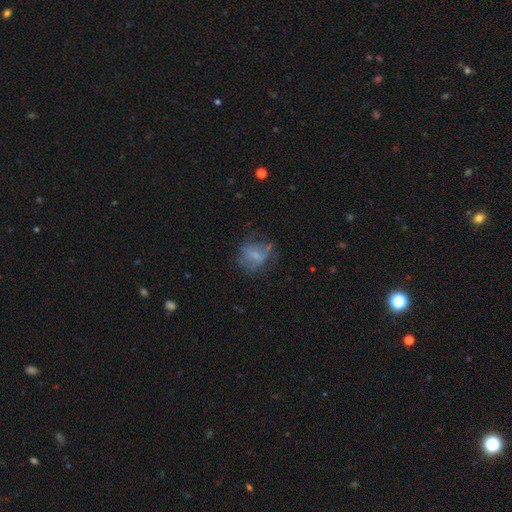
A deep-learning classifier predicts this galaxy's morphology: type=smooth (49%); merging=none (51%).